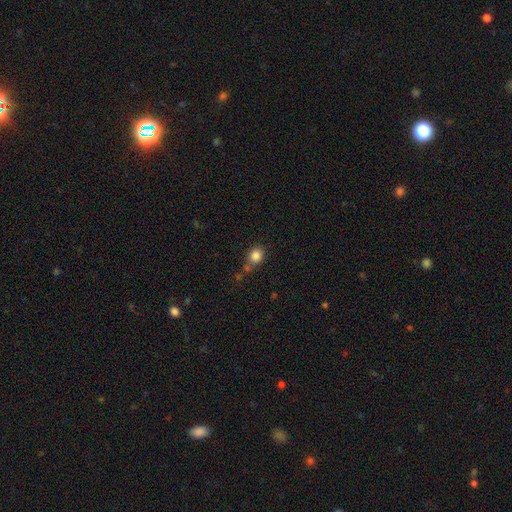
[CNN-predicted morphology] This is clearly a smooth galaxy (84%). How rounded: likely round (77%). Merging: likely none (66%).